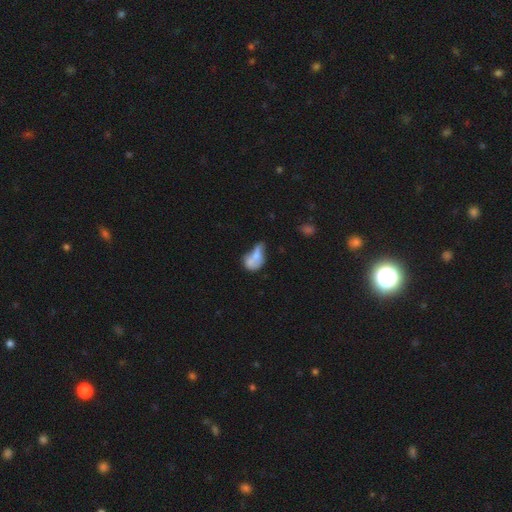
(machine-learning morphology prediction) smooth 59%, featured or disk 31%, star or artifact 10%. Down the decision tree: how rounded — in between (75%); merging — merger (43%).